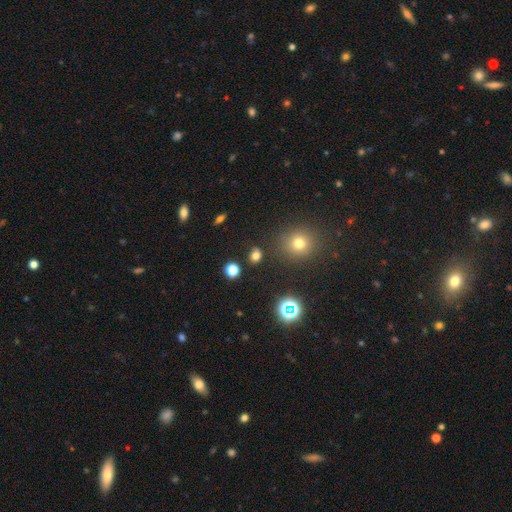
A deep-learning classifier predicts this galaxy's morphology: Smooth or featured?
  - smooth: 70% *
  - star or artifact: 25%
  - featured or disk: 6%
How rounded?
  - round: 63% *
  - in between: 36%
  - cigar-shaped: 2%
Merging?
  - none: 82% *
  - minor disturbance: 9%
  - merger: 5%
  - major disturbance: 4%